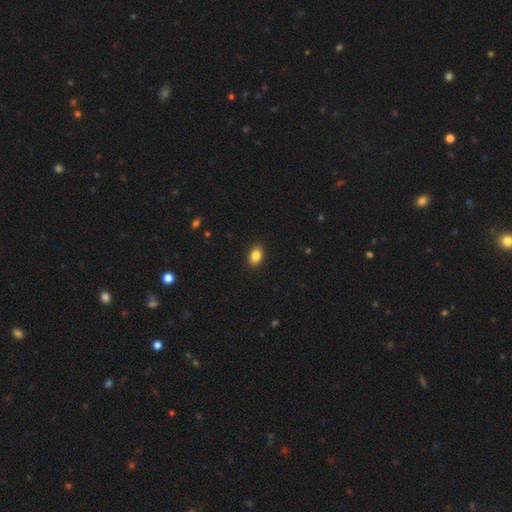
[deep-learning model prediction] A smooth galaxy with no disk features (86%) that is in between round and cigar-shaped (80%).

Vote fractions:
- Smooth or featured? smooth: 86% / star or artifact: 9% / featured or disk: 5%
- How rounded? in between: 80% / round: 19% / cigar-shaped: 1%
- Merging? none: 90% / minor disturbance: 7% / major disturbance: 2% / merger: 1%